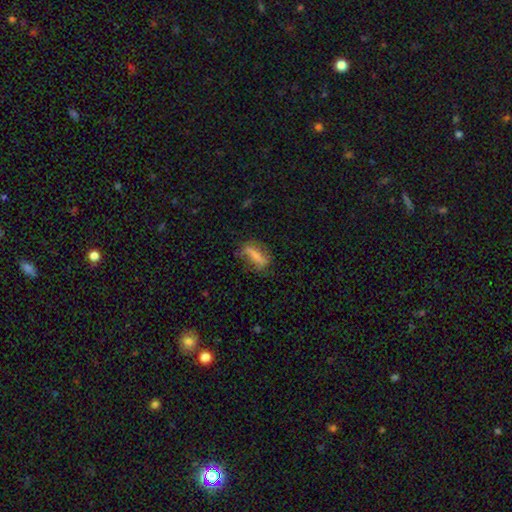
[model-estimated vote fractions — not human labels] Smooth or featured? featured or disk (48%)
Merging? none (62%)